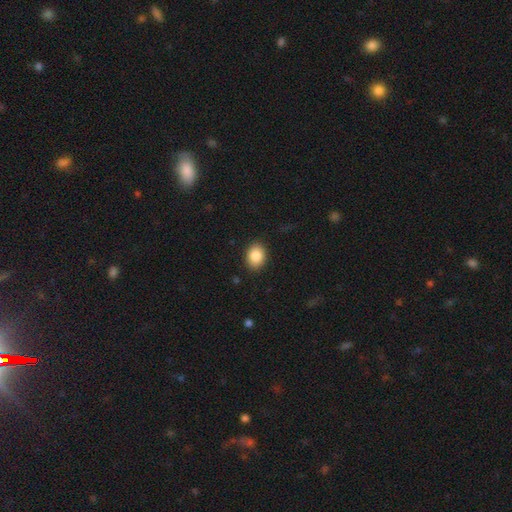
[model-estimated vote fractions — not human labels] A smooth galaxy with no disk features (87%) that is in between round and cigar-shaped (64%). Merging: none (89%).